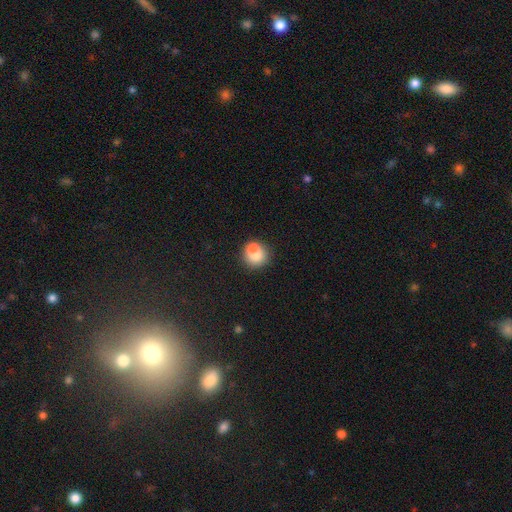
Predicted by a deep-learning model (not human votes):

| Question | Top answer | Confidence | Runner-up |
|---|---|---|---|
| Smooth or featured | smooth | 72% | featured or disk (18%) |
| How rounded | round | 83% | in between (16%) |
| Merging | none | 45% | merger (41%) |